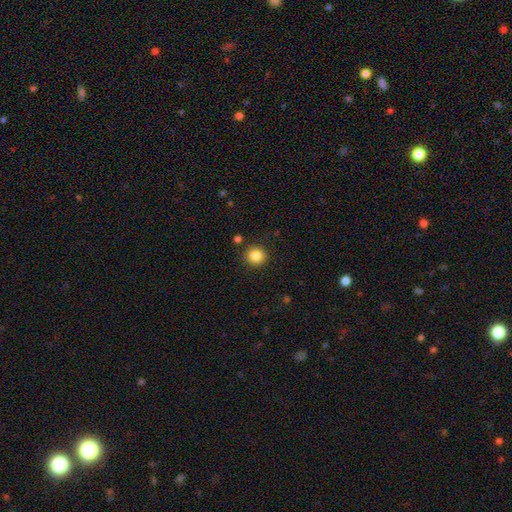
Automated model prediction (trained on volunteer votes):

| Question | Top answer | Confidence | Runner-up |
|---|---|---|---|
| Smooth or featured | smooth | 85% | star or artifact (11%) |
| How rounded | round | 92% | in between (7%) |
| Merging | none | 90% | minor disturbance (6%) |